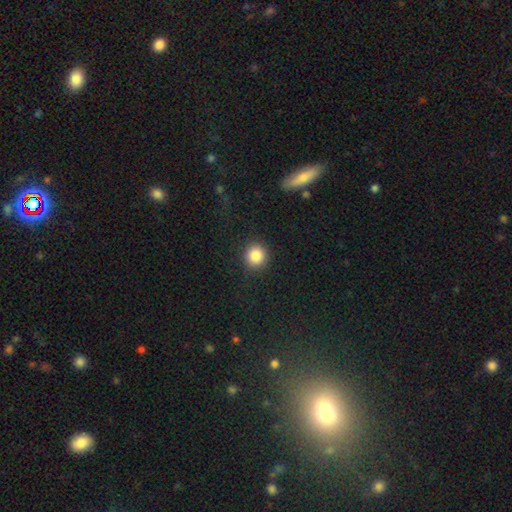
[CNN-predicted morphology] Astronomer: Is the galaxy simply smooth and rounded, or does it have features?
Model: smooth — 85%.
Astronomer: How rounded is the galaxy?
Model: round — 89%.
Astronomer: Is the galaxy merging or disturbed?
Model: none — 90%.